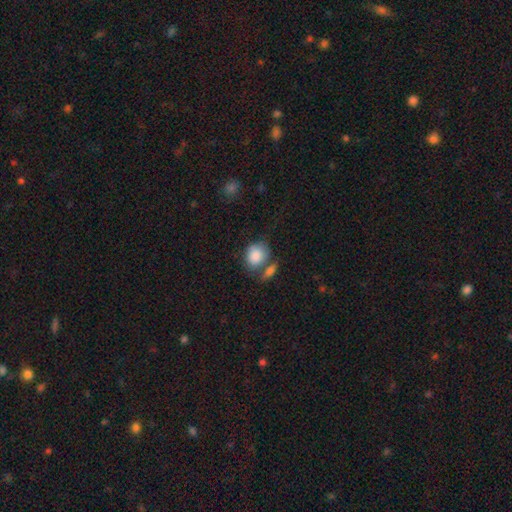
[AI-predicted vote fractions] Smooth or featured? Predicted: smooth (p=0.86). How rounded? Predicted: round (p=0.54). Merging? Predicted: none (p=0.42).